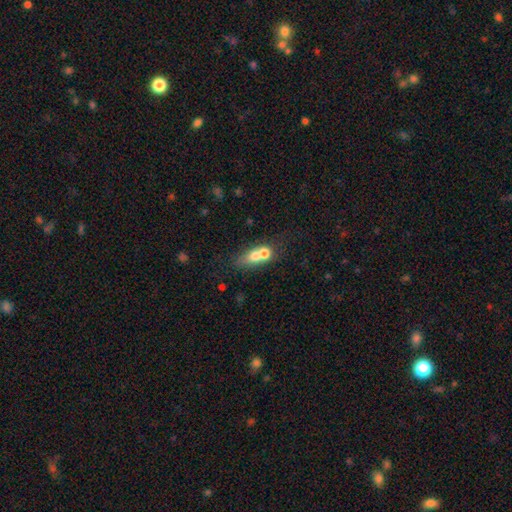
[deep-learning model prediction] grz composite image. It shows a smooth galaxy with no disk features (64%) that is in between round and cigar-shaped (50%). Merging: merger (58%).